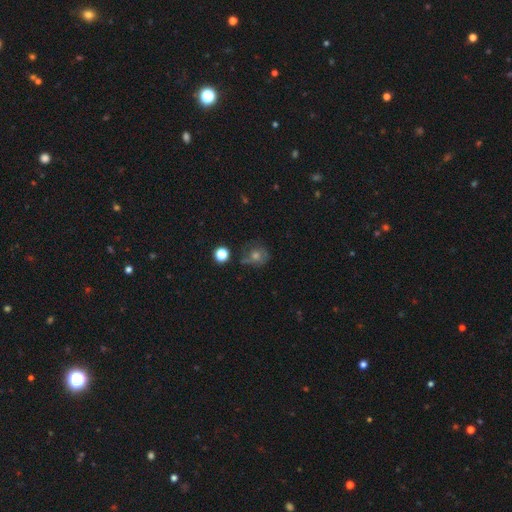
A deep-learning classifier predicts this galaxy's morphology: smooth_or_featured: smooth (p=0.47) [alt: featured or disk p=0.31]
merging: none (p=0.60) [alt: minor disturbance p=0.22]